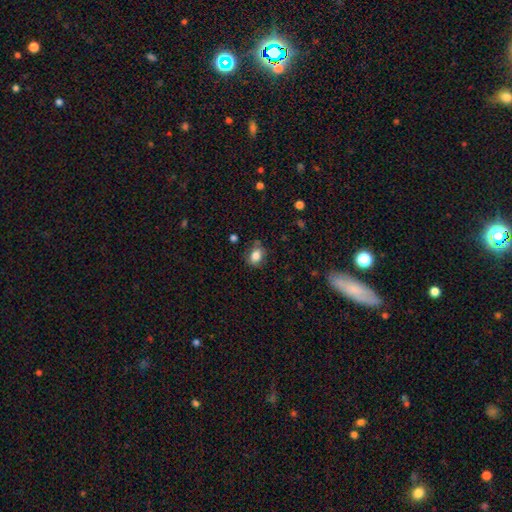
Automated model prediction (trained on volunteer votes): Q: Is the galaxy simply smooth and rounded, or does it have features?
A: smooth — 82%.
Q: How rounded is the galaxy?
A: in between — 56%.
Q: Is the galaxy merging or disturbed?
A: none — 74%.